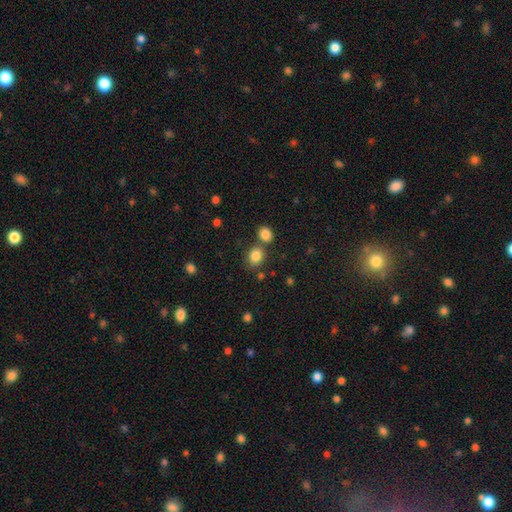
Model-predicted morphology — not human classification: smooth 84%, star or artifact 11%, featured or disk 6%. Down the decision tree: how rounded — round (60%); merging — none (65%).